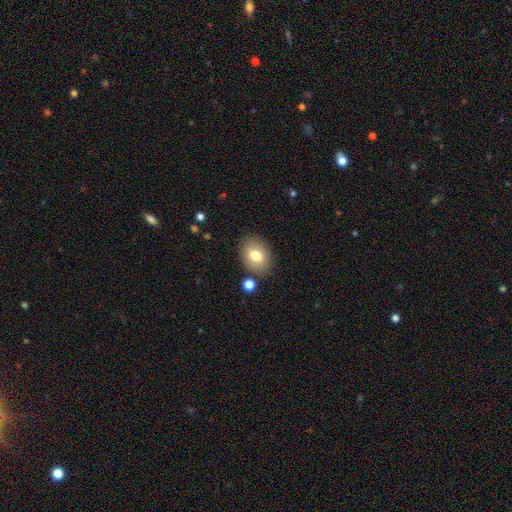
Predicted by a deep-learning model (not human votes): A smooth galaxy with no disk features (77%) that is in between round and cigar-shaped (72%).

Vote fractions:
- Smooth or featured? smooth: 77% / featured or disk: 14% / star or artifact: 8%
- How rounded? in between: 72% / round: 26% / cigar-shaped: 1%
- Merging? none: 83% / minor disturbance: 11% / merger: 4% / major disturbance: 3%